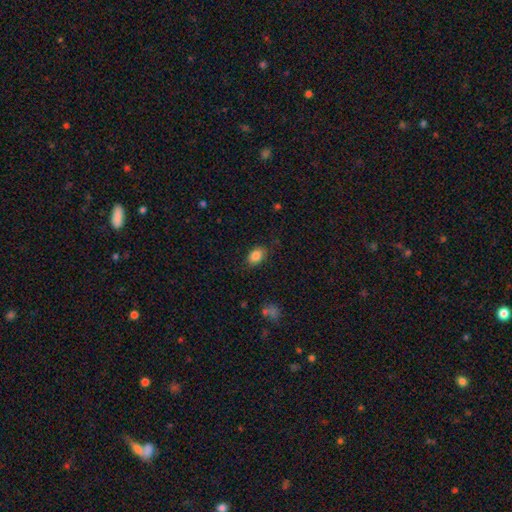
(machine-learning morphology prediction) smooth-or-featured: smooth: 86% | star or artifact: 8% | featured or disk: 5%
  how-rounded: in between: 83% | round: 15% | cigar-shaped: 1%
  merging: none: 81% | minor disturbance: 14% | major disturbance: 4% | merger: 1%